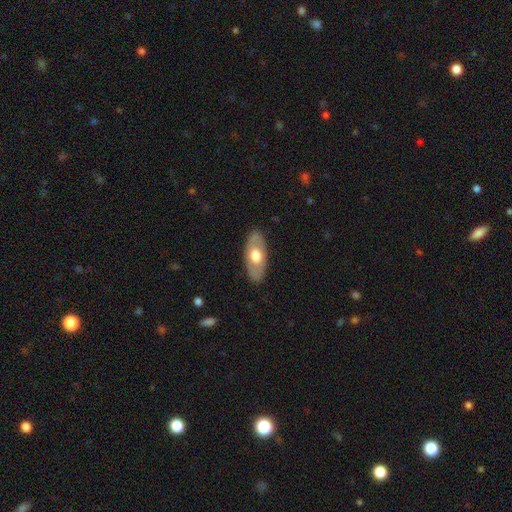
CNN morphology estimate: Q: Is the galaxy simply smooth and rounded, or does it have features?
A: smooth — 52%.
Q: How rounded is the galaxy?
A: in between — 88%.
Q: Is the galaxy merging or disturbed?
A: none — 85%.